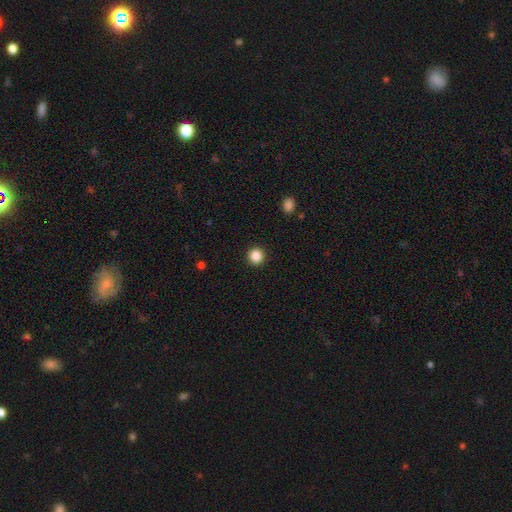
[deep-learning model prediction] The model was most divided on "smooth or featured": smooth: 86%, star or artifact: 10%, featured or disk: 3%. More confident: merging — none (93%); how rounded — round (93%).